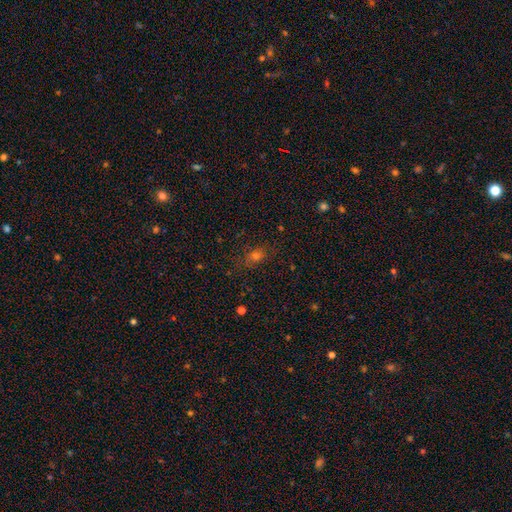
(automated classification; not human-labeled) Q: Smooth or featured?
A: smooth (61%); runner-up: star or artifact (28%)
Q: How rounded?
A: in between (55%); runner-up: round (39%)
Q: Merging?
A: none (77%); runner-up: minor disturbance (15%)